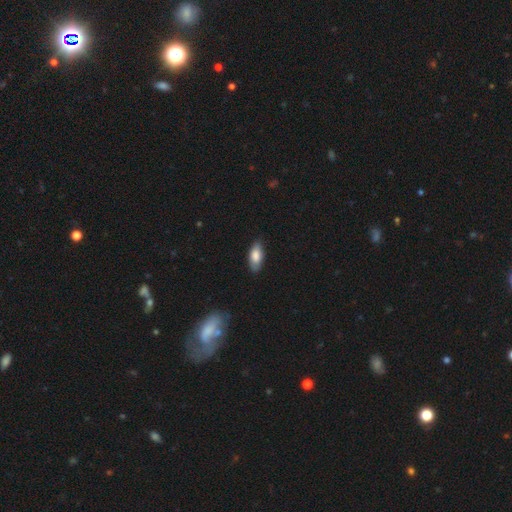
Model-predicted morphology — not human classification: smooth 79%, featured or disk 15%, star or artifact 6%. Down the decision tree: how rounded — in between (88%); merging — none (77%).